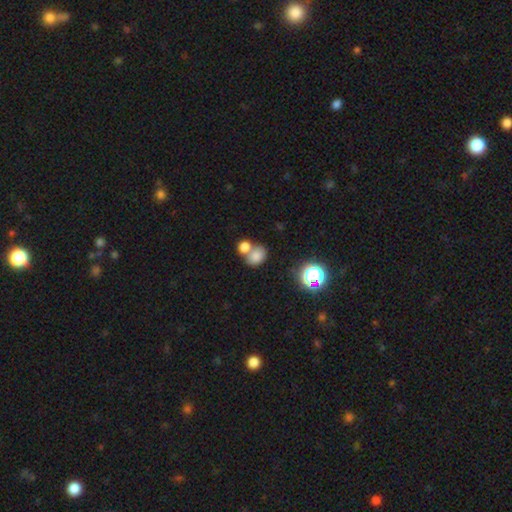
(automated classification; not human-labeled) A smooth galaxy with no disk features (76%) that is round (51%).

Vote fractions:
- Smooth or featured? smooth: 76% / star or artifact: 14% / featured or disk: 10%
- How rounded? round: 51% / in between: 47% / cigar-shaped: 1%
- Merging? merger: 48% / none: 38% / minor disturbance: 10% / major disturbance: 5%